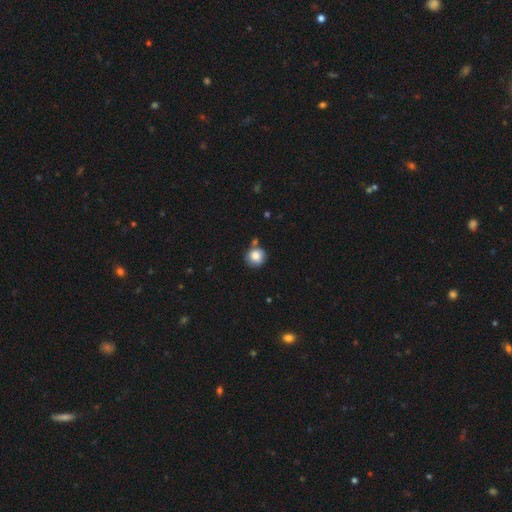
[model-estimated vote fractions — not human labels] Smooth or featured: smooth — 83% (star or artifact — 9%)
How rounded: round — 92% (in between — 7%)
Merging: none — 73% (minor disturbance — 13%)